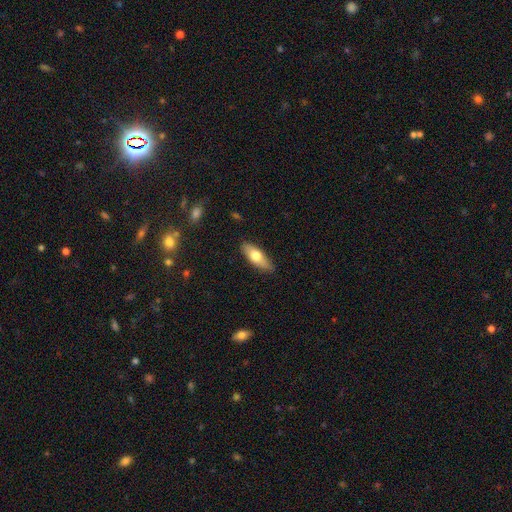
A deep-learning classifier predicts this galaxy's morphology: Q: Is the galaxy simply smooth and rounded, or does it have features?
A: smooth — 66%.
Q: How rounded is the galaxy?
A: in between — 66%.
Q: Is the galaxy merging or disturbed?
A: none — 84%.